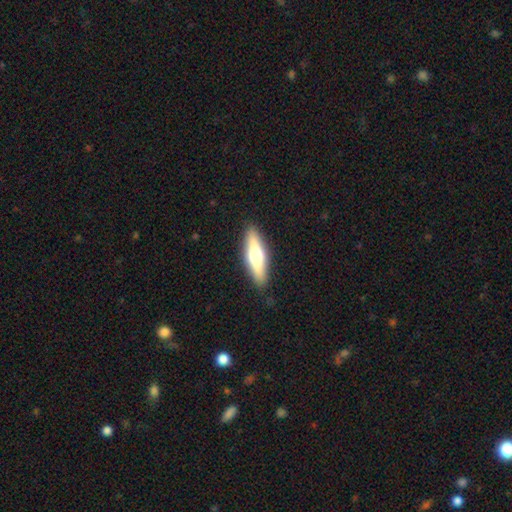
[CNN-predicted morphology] Overall: smooth (51%; featured or disk 43%). How rounded: cigar-shaped (58%; in between 39%). Merging: none (88%).